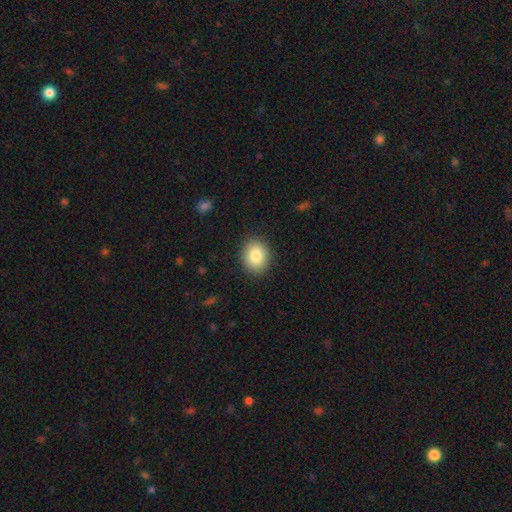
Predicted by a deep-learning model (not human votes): smooth-or-featured: smooth: 84% | star or artifact: 8% | featured or disk: 8%
  how-rounded: round: 53% | in between: 46% | cigar-shaped: 1%
  merging: none: 89% | minor disturbance: 8% | major disturbance: 2% | merger: 1%